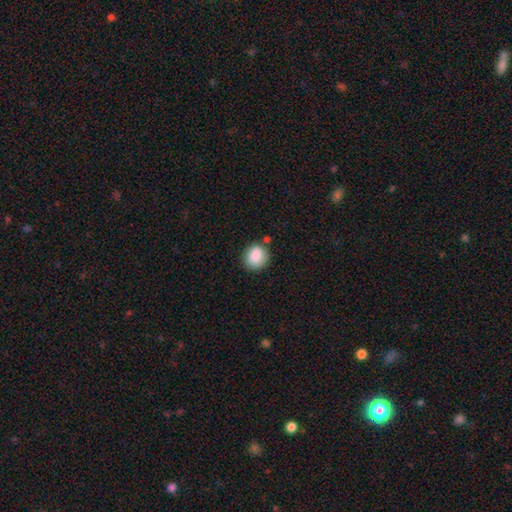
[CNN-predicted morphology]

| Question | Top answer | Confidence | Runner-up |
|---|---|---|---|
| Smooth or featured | smooth | 88% | star or artifact (8%) |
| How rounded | round | 71% | in between (28%) |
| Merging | none | 76% | minor disturbance (15%) |